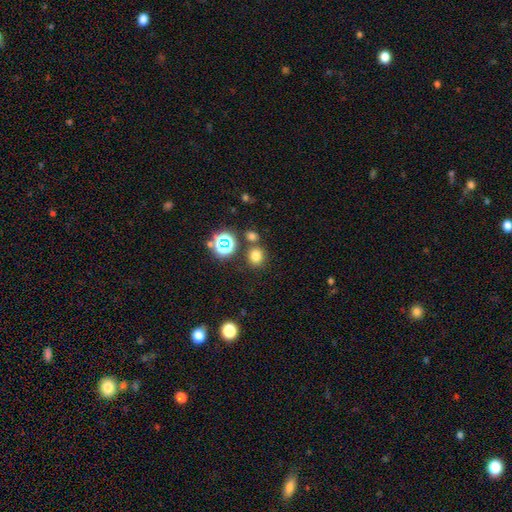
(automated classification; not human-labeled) A smooth galaxy with no disk features (73%) that is round (79%).

Vote fractions:
- Smooth or featured? smooth: 73% / star or artifact: 21% / featured or disk: 6%
- How rounded? round: 79% / in between: 20% / cigar-shaped: 1%
- Merging? none: 76% / merger: 12% / minor disturbance: 9% / major disturbance: 3%